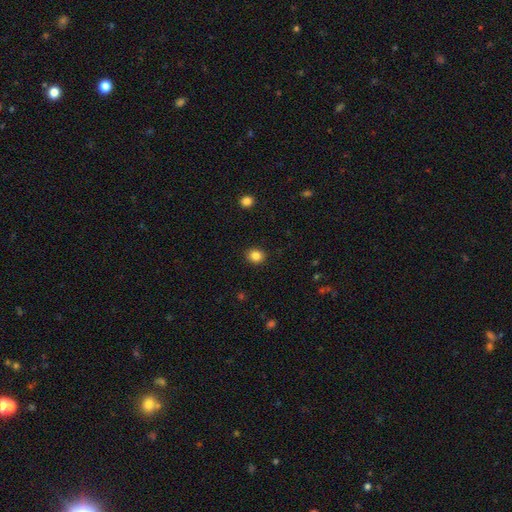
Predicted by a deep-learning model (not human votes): A smooth galaxy with no disk features (85%) that is round (73%).

Vote fractions:
- Smooth or featured? smooth: 85% / star or artifact: 11% / featured or disk: 4%
- How rounded? round: 73% / in between: 27% / cigar-shaped: 1%
- Merging? none: 91% / minor disturbance: 6% / major disturbance: 2% / merger: 1%